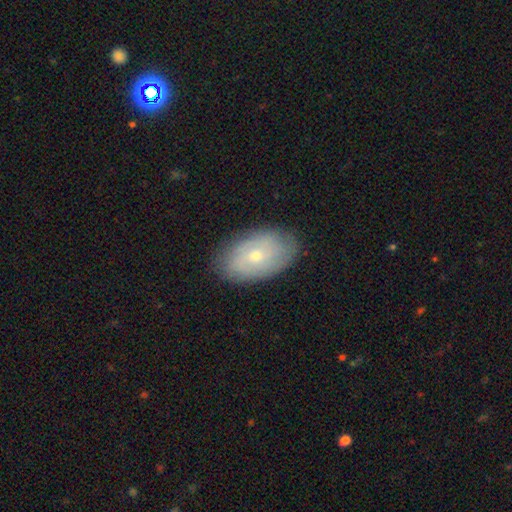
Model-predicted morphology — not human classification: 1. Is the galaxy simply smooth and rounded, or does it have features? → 49% featured or disk, 43% smooth, 7% star or artifact.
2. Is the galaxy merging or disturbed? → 82% none, 14% minor disturbance, 3% major disturbance, 1% merger.